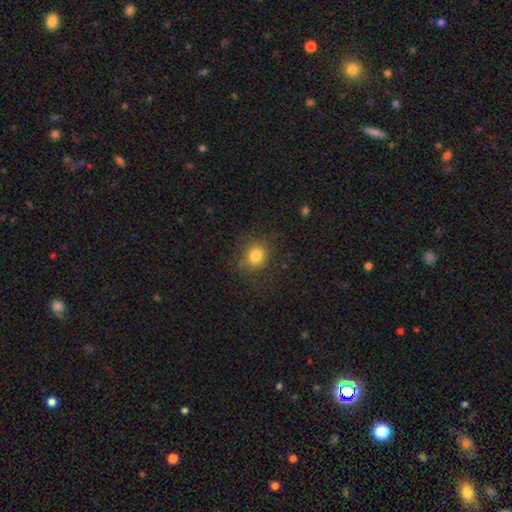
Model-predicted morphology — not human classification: Q: Smooth or featured?
A: smooth (81%); runner-up: star or artifact (13%)
Q: How rounded?
A: round (84%); runner-up: in between (15%)
Q: Merging?
A: none (79%); runner-up: minor disturbance (13%)